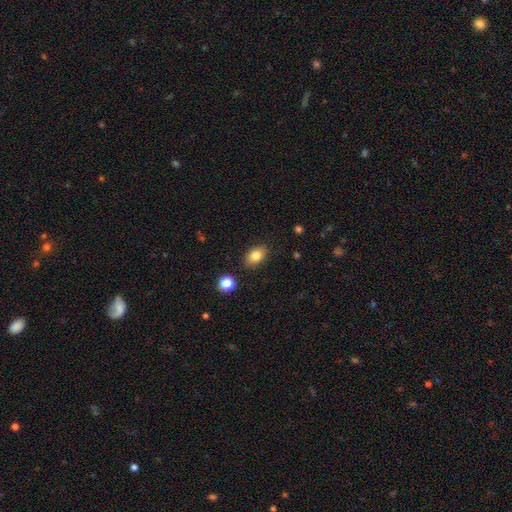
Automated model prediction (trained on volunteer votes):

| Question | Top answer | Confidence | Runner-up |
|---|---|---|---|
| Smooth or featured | smooth | 82% | featured or disk (9%) |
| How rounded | in between | 84% | round (14%) |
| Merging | none | 86% | minor disturbance (10%) |